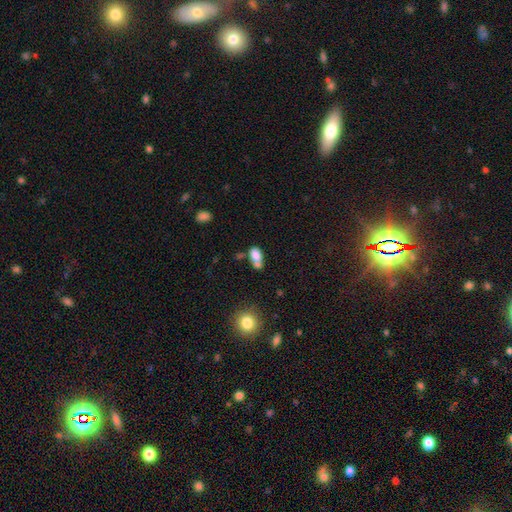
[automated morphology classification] smooth-or-featured: smooth: 78% | featured or disk: 12% | star or artifact: 10%
  how-rounded: in between: 84% | round: 12% | cigar-shaped: 4%
  merging: merger: 47% | none: 31% | minor disturbance: 15% | major disturbance: 8%